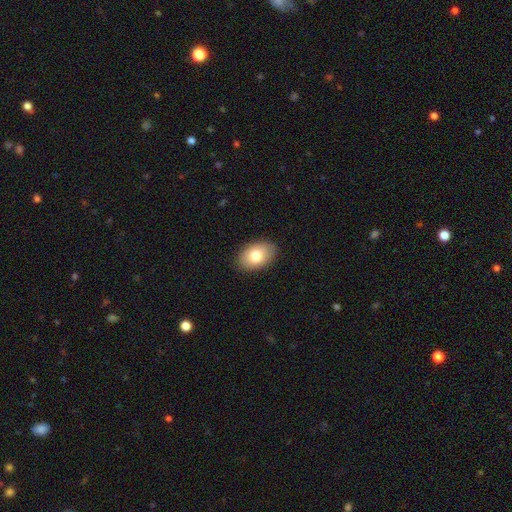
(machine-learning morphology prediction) smooth-or-featured: smooth: 79% | featured or disk: 14% | star or artifact: 7%
  how-rounded: in between: 89% | round: 10% | cigar-shaped: 1%
  merging: none: 87% | minor disturbance: 10% | major disturbance: 2% | merger: 1%